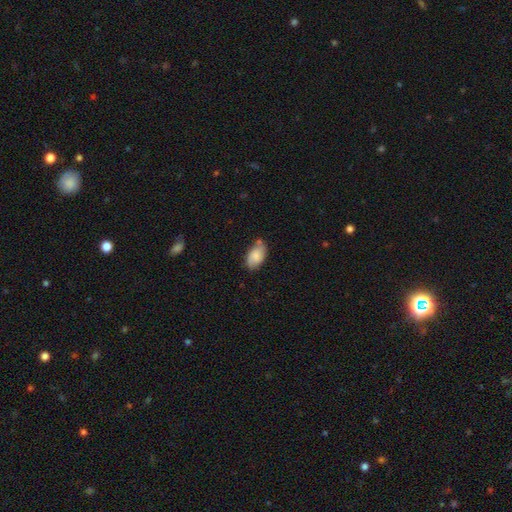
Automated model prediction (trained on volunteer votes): smooth_or_featured: smooth (p=0.74) [alt: featured or disk p=0.19]
how_rounded: in between (p=0.93) [alt: round p=0.05]
merging: none (p=0.62) [alt: minor disturbance p=0.26]